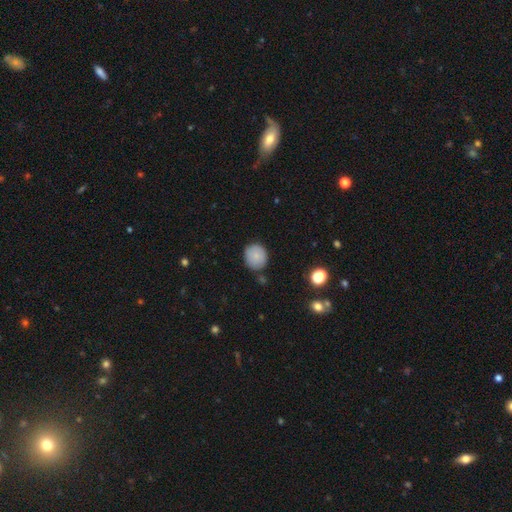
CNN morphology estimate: Smooth or featured?
  - smooth: 83% *
  - star or artifact: 8%
  - featured or disk: 8%
How rounded?
  - round: 83% *
  - in between: 16%
  - cigar-shaped: 1%
Merging?
  - none: 81% *
  - minor disturbance: 14%
  - merger: 3%
  - major disturbance: 3%